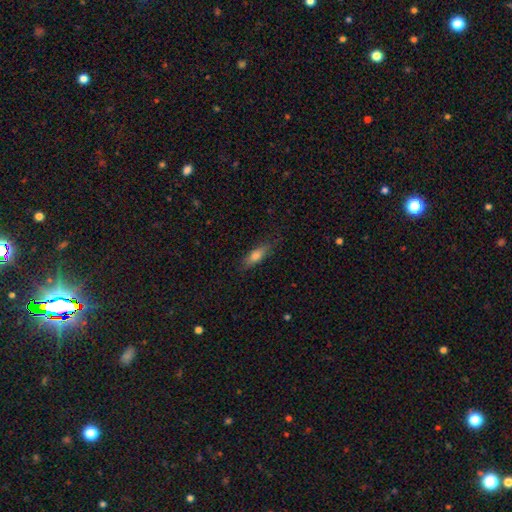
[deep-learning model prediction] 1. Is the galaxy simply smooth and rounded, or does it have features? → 75% smooth, 18% featured or disk, 7% star or artifact.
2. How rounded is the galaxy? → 58% in between, 40% cigar-shaped, 3% round.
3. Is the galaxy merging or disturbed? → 77% none, 18% minor disturbance, 4% major disturbance, 1% merger.